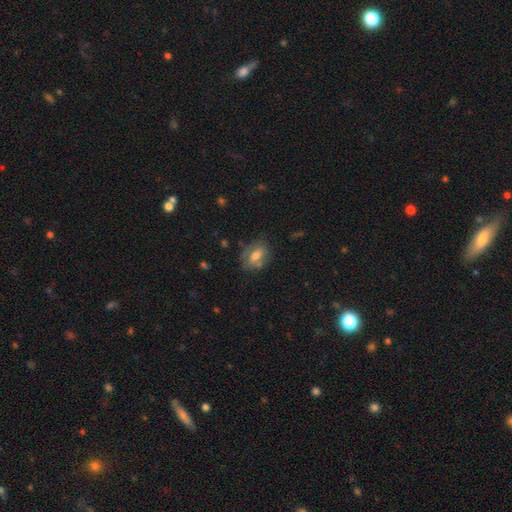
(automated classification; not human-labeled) Smooth or featured? smooth (57%)
How rounded? in between (77%)
Merging? none (61%)